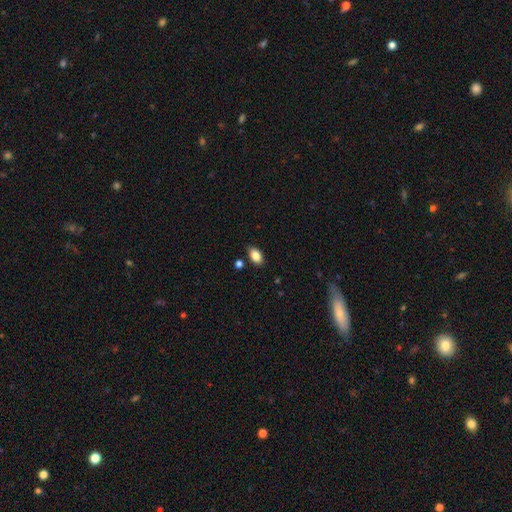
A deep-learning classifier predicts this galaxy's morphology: smooth-or-featured: smooth: 85% | star or artifact: 8% | featured or disk: 7%
  how-rounded: in between: 91% | round: 7% | cigar-shaped: 2%
  merging: none: 84% | minor disturbance: 10% | merger: 3% | major disturbance: 2%